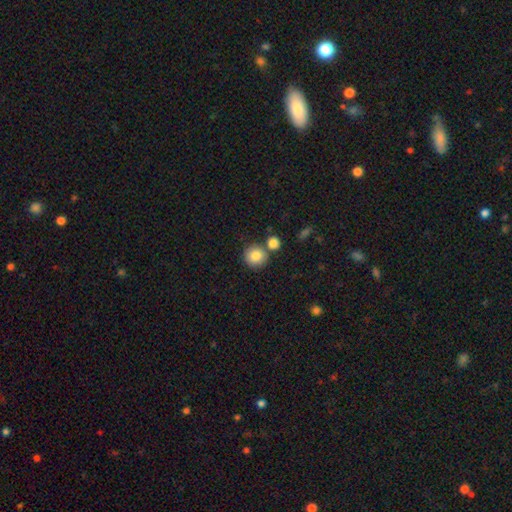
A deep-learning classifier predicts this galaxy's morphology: The model was most divided on "merging": none: 69%, merger: 19%, minor disturbance: 9%, major disturbance: 3%. More confident: how rounded — round (92%); smooth or featured — smooth (84%).